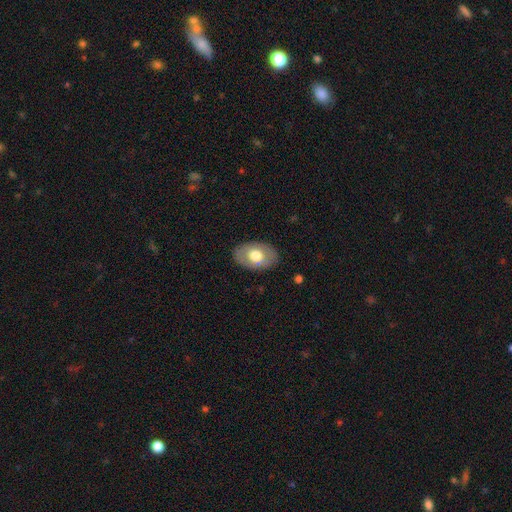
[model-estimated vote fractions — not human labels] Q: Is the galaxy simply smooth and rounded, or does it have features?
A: smooth — 62%.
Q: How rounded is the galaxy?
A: in between — 88%.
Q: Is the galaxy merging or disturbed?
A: none — 85%.